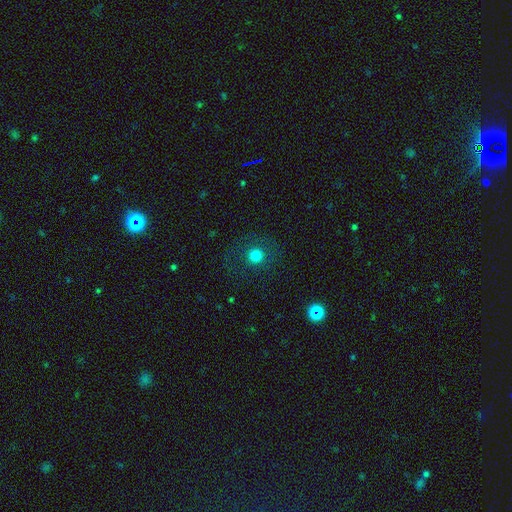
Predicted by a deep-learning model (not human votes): Smooth or featured? Predicted: smooth (p=0.76). How rounded? Predicted: round (p=0.90). Merging? Predicted: none (p=0.82).